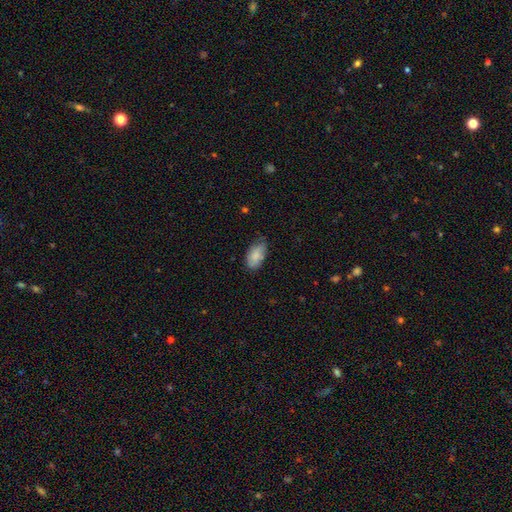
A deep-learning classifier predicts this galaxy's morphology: This is clearly a smooth galaxy (84%). How rounded: clearly in between (94%). Merging: likely none (66%).